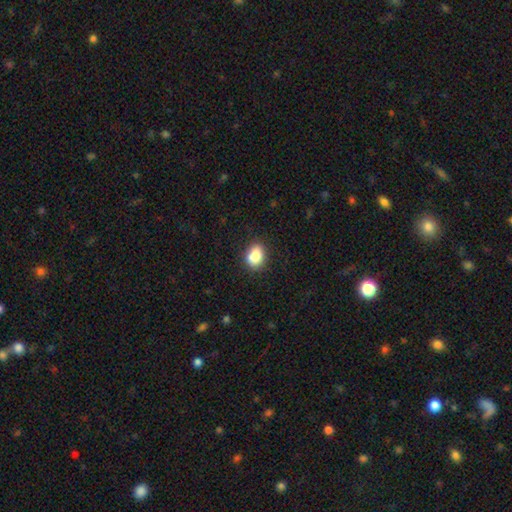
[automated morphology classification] type=smooth (84%); roundness=in between (61%); merging=none (73%).